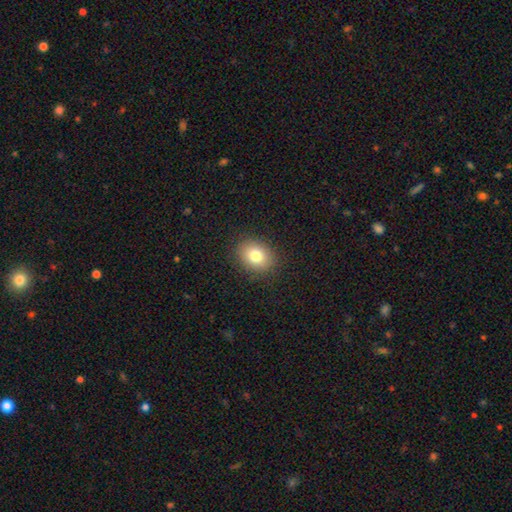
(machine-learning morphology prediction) Overall: smooth (80%). How rounded: in between (55%; round 44%). Merging: none (88%).